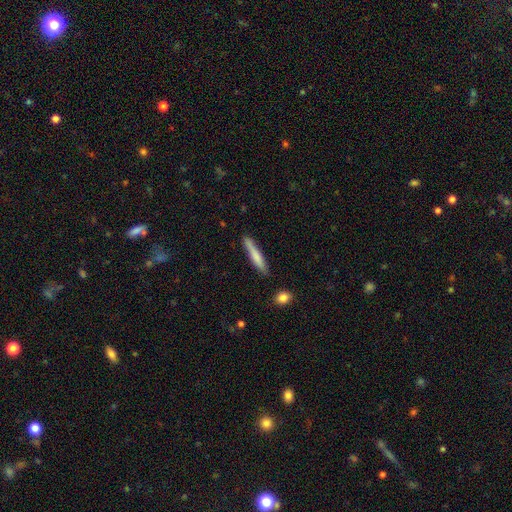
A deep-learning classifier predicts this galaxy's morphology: Smooth or featured?
  - smooth: 71% *
  - featured or disk: 23%
  - star or artifact: 6%
How rounded?
  - cigar-shaped: 93% *
  - in between: 5%
  - round: 1%
Merging?
  - none: 82% *
  - minor disturbance: 13%
  - merger: 2%
  - major disturbance: 2%